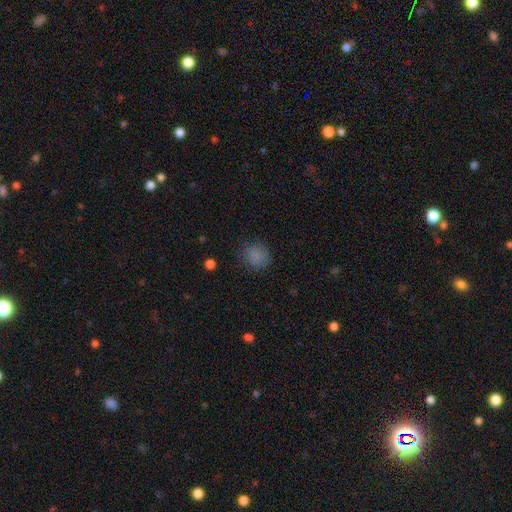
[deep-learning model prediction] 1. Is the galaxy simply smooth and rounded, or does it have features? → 83% smooth, 11% star or artifact, 6% featured or disk.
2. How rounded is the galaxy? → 84% round, 15% in between, 1% cigar-shaped.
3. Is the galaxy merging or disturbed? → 80% none, 14% minor disturbance, 5% major disturbance, 1% merger.